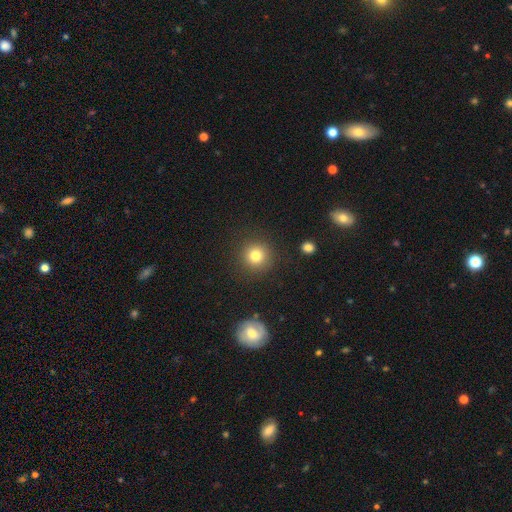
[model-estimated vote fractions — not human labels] A smooth galaxy with no disk features (80%) that is round (94%).

Vote fractions:
- Smooth or featured? smooth: 80% / star or artifact: 12% / featured or disk: 8%
- How rounded? round: 94% / in between: 5% / cigar-shaped: 1%
- Merging? none: 89% / minor disturbance: 6% / major disturbance: 3% / merger: 2%